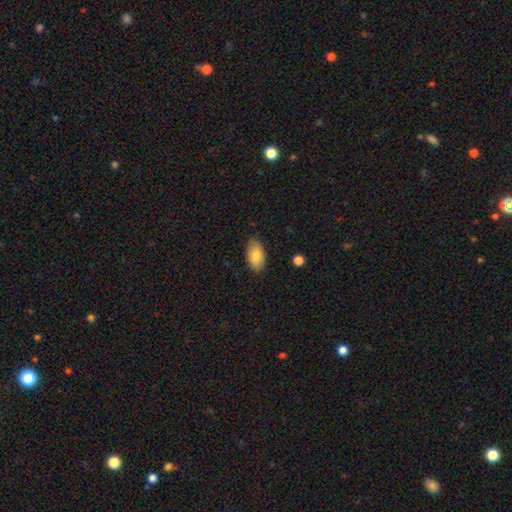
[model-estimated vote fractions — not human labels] A smooth galaxy with no disk features (84%) that is in between round and cigar-shaped (94%). Merging: none (85%).